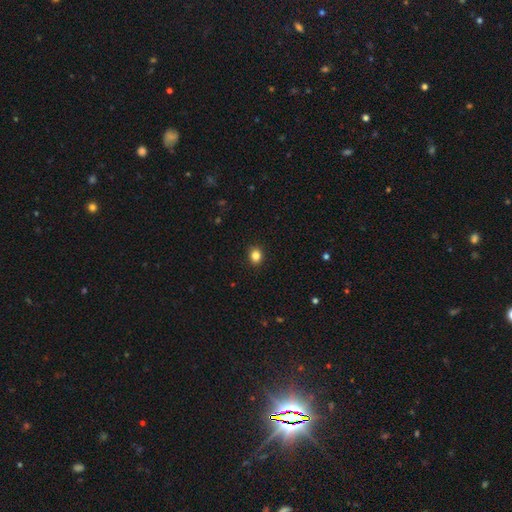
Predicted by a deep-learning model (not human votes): A smooth galaxy with no disk features (84%) that is round (68%).

Vote fractions:
- Smooth or featured? smooth: 84% / star or artifact: 11% / featured or disk: 5%
- How rounded? round: 68% / in between: 32% / cigar-shaped: 1%
- Merging? none: 91% / minor disturbance: 6% / major disturbance: 2% / merger: 1%